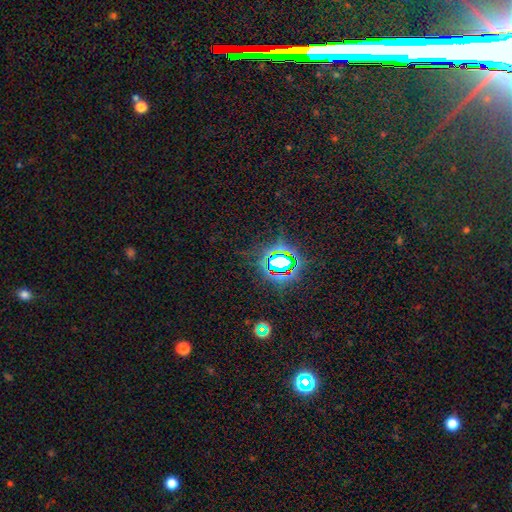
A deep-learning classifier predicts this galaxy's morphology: Smooth or featured? Predicted: star or artifact (p=0.81).